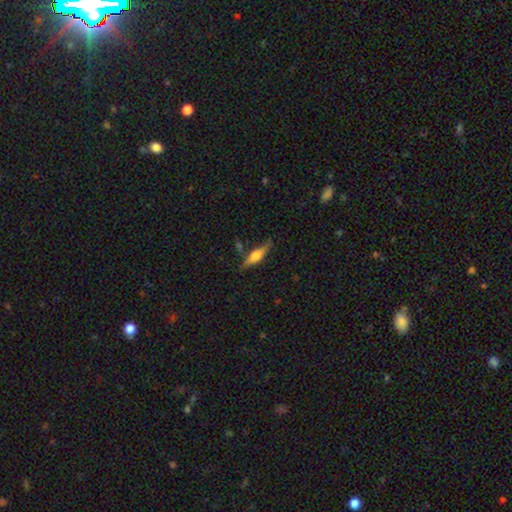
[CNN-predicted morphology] Q: Smooth or featured?
A: featured or disk (55%); runner-up: smooth (38%)
Q: Edge-on disk?
A: yes (94%); runner-up: no (6%)
Q: Edge-on bulge?
A: rounded (81%); runner-up: boxy (15%)
Q: Merging?
A: none (73%); runner-up: minor disturbance (16%)